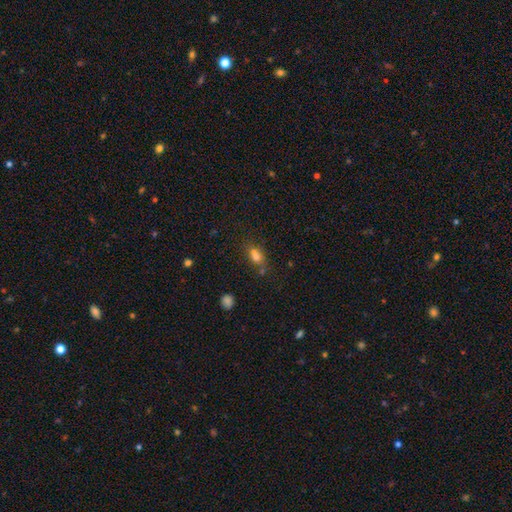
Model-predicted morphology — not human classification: smooth_or_featured: smooth (p=0.69) [alt: featured or disk p=0.16]
how_rounded: in between (p=0.62) [alt: round p=0.31]
merging: none (p=0.48) [alt: merger p=0.31]